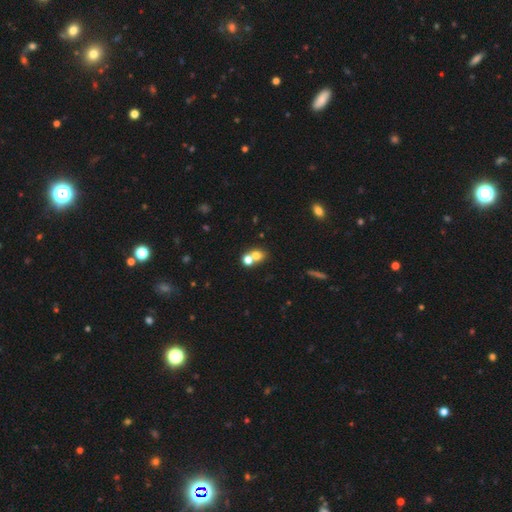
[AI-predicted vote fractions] This is likely a smooth galaxy (70%). How rounded: likely round (65%). Merging: possibly merger (53%).